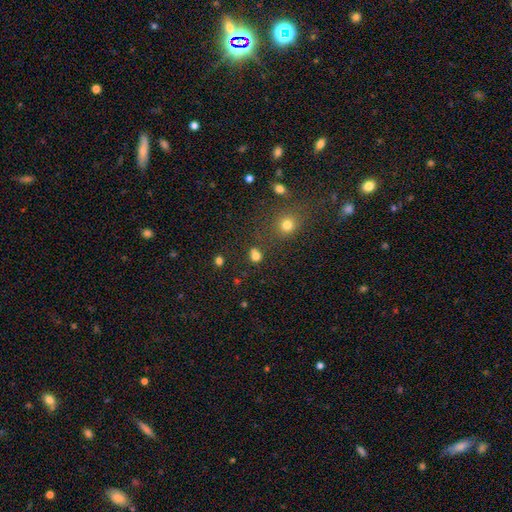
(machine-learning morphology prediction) This is likely a smooth galaxy (77%). How rounded: likely round (74%). Merging: likely none (67%).